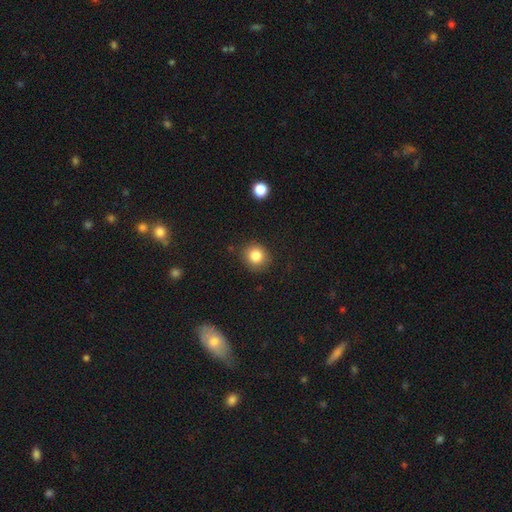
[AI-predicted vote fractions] This appears to be a smooth galaxy with no disk features (83%) that is round (85%). Merging: none (86%).